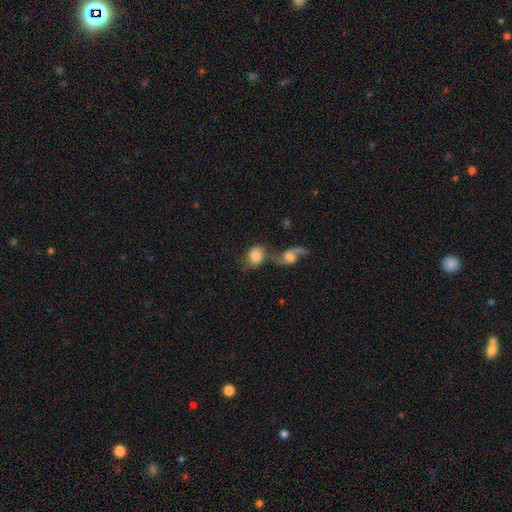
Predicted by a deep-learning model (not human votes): Smooth or featured?
  - smooth: 66% *
  - featured or disk: 25%
  - star or artifact: 8%
How rounded?
  - in between: 51% *
  - round: 47%
  - cigar-shaped: 2%
Merging?
  - merger: 57% *
  - none: 23%
  - minor disturbance: 10%
  - major disturbance: 9%